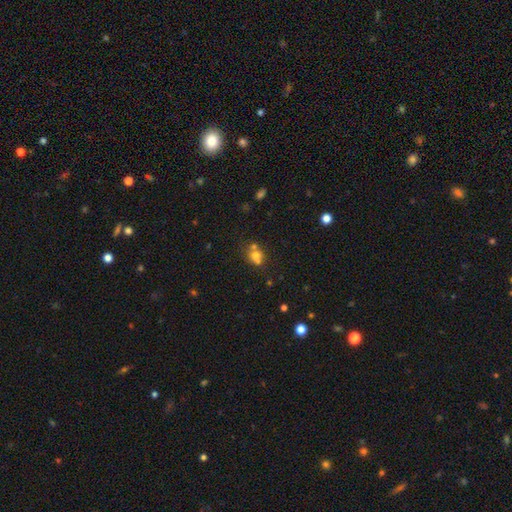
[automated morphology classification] The model was most divided on "merging": merger: 45%, none: 42%, minor disturbance: 9%, major disturbance: 4%. More confident: how rounded — round (73%); smooth or featured — smooth (66%).